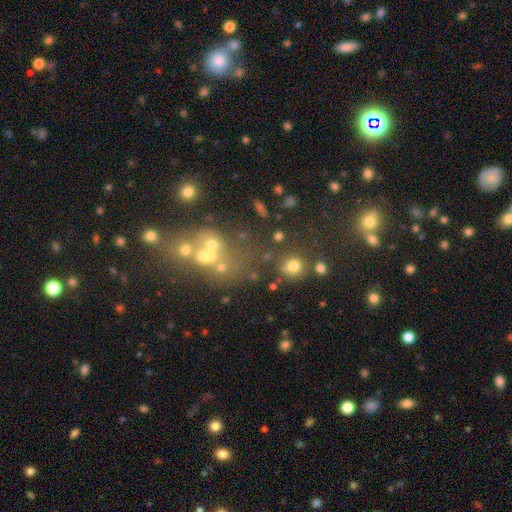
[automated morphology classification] Smooth or featured: star or artifact — 52% (smooth — 31%)